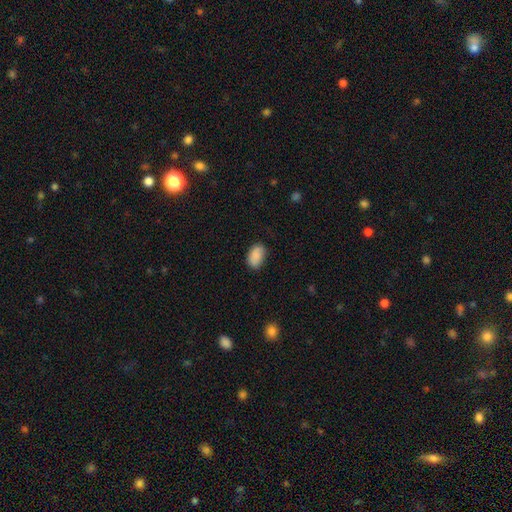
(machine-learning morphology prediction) A smooth galaxy with no disk features (89%) that is in between round and cigar-shaped (89%).

Vote fractions:
- Smooth or featured? smooth: 89% / star or artifact: 7% / featured or disk: 4%
- How rounded? in between: 89% / round: 9% / cigar-shaped: 1%
- Merging? none: 78% / minor disturbance: 17% / major disturbance: 3% / merger: 1%